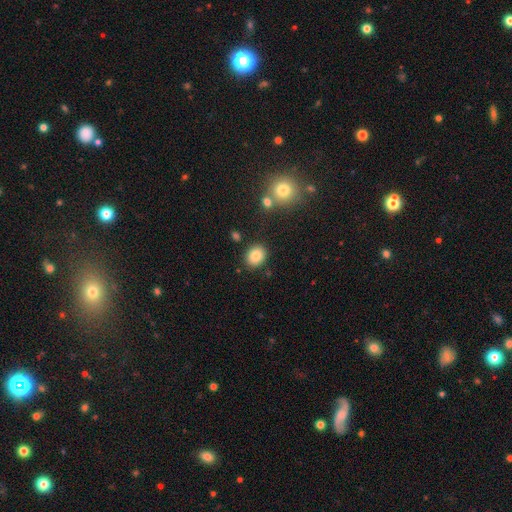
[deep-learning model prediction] The model was most divided on "how rounded": round: 56%, in between: 43%, cigar-shaped: 1%. More confident: merging — none (85%); smooth or featured — smooth (84%).